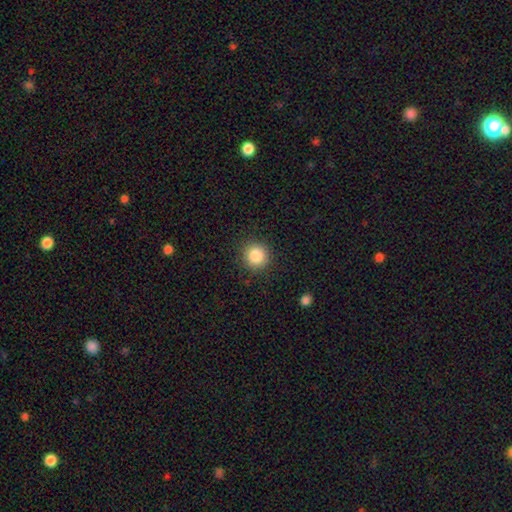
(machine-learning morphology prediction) The model was most divided on "smooth or featured": smooth: 86%, star or artifact: 10%, featured or disk: 4%. More confident: how rounded — round (93%); merging — none (90%).